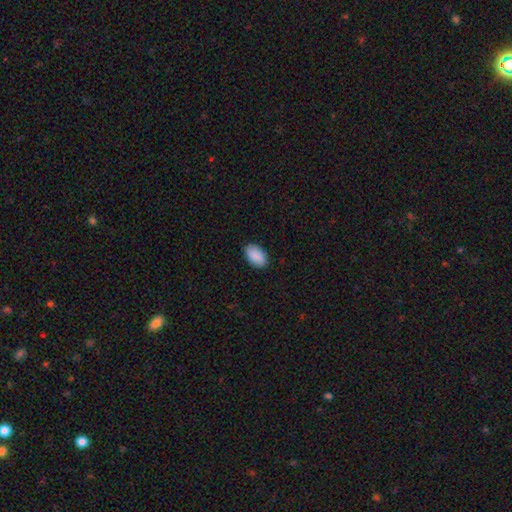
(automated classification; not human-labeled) Smooth or featured?
  - smooth: 91% *
  - star or artifact: 6%
  - featured or disk: 3%
How rounded?
  - in between: 94% *
  - round: 4%
  - cigar-shaped: 1%
Merging?
  - none: 89% *
  - minor disturbance: 8%
  - major disturbance: 2%
  - merger: 1%